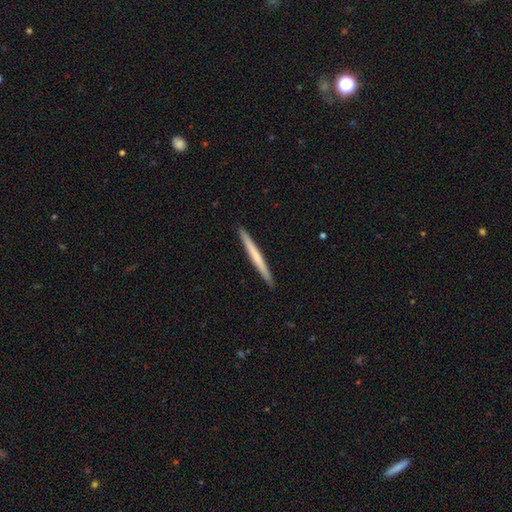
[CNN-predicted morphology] This is possibly a smooth galaxy (55%). How rounded: clearly cigar-shaped (97%). Merging: clearly none (93%).